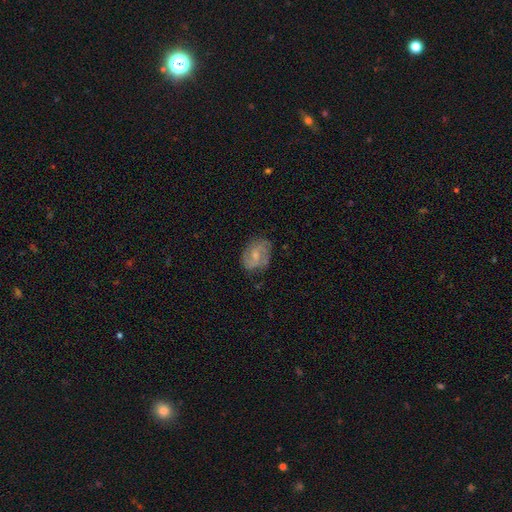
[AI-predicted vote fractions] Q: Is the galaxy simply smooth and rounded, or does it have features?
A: featured or disk — 69%.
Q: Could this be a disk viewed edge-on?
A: no — 97%.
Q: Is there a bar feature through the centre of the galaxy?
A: no — 47%.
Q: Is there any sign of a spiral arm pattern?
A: yes — 90%.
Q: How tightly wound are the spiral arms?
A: medium — 47%.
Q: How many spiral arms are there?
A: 2 — 73%.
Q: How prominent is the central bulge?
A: small — 47%.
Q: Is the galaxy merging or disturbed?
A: none — 75%.